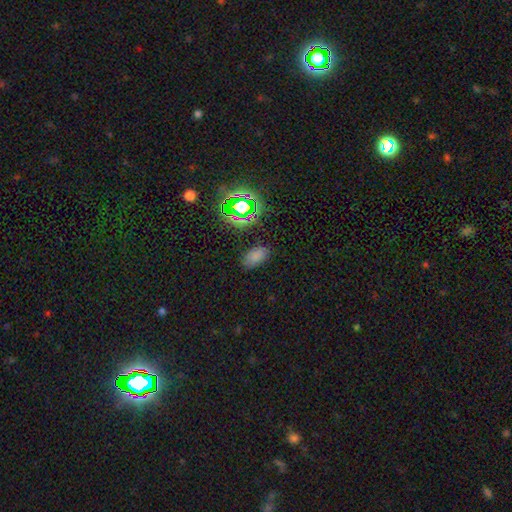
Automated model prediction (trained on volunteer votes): smooth 72%, star or artifact 22%, featured or disk 7%. Down the decision tree: how rounded — in between (92%); merging — none (82%).